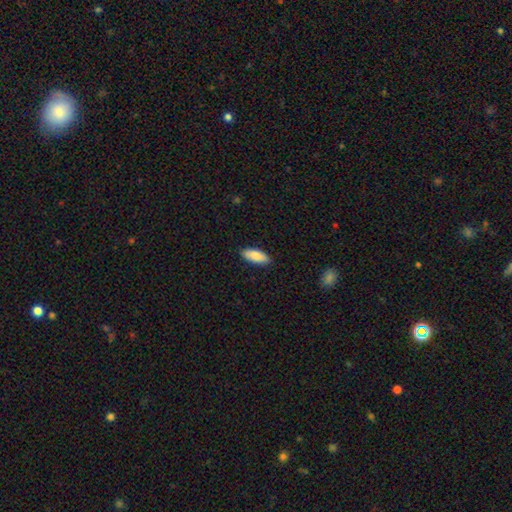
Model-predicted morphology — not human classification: Smooth or featured?
  - smooth: 87% *
  - featured or disk: 7%
  - star or artifact: 5%
How rounded?
  - in between: 79% *
  - cigar-shaped: 19%
  - round: 2%
Merging?
  - none: 89% *
  - minor disturbance: 8%
  - major disturbance: 2%
  - merger: 1%